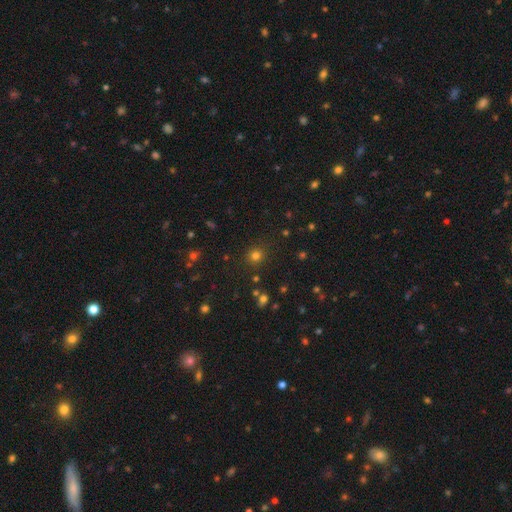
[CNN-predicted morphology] Q: Smooth or featured?
A: smooth (76%); runner-up: star or artifact (19%)
Q: How rounded?
A: round (92%); runner-up: in between (7%)
Q: Merging?
A: none (89%); runner-up: minor disturbance (7%)